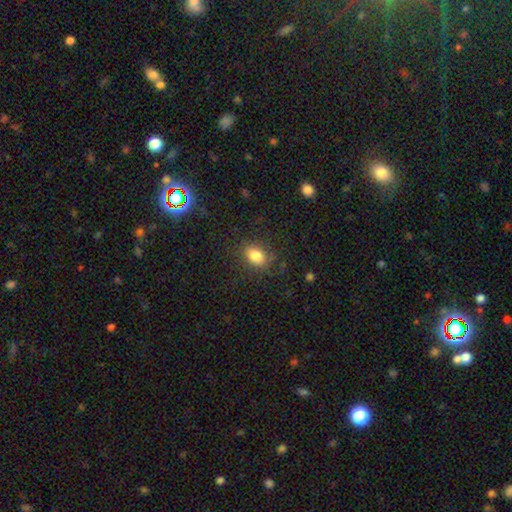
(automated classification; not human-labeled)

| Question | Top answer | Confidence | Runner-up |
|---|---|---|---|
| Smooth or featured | smooth | 82% | star or artifact (11%) |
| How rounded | in between | 76% | round (22%) |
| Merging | none | 81% | minor disturbance (13%) |